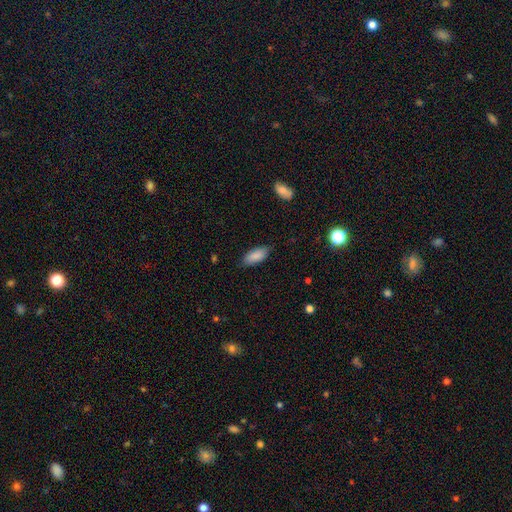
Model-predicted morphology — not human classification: smooth-or-featured: smooth: 87% | star or artifact: 7% | featured or disk: 6%
  how-rounded: in between: 84% | cigar-shaped: 14% | round: 2%
  merging: none: 82% | minor disturbance: 14% | major disturbance: 3% | merger: 1%